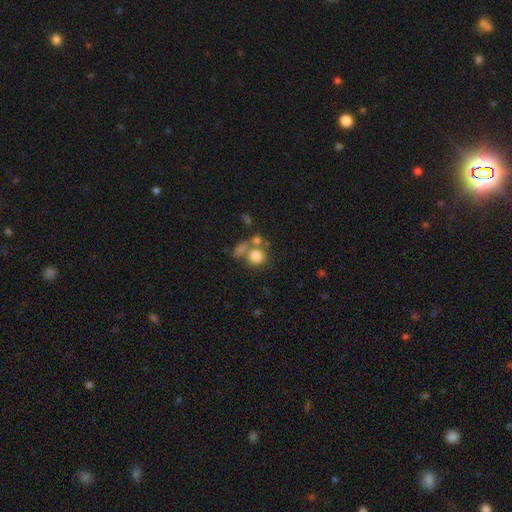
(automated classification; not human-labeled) Overall: smooth (76%). How rounded: round (81%). Merging: none (43%; merger 37%).